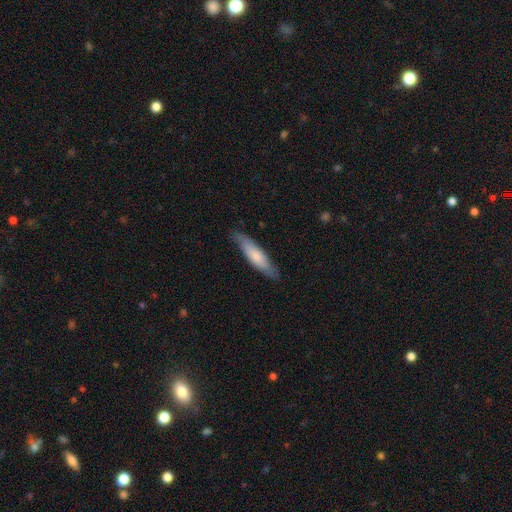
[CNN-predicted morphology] This appears to be a smooth galaxy with no disk features (68%) that is cigar-shaped (75%). Merging: none (82%).